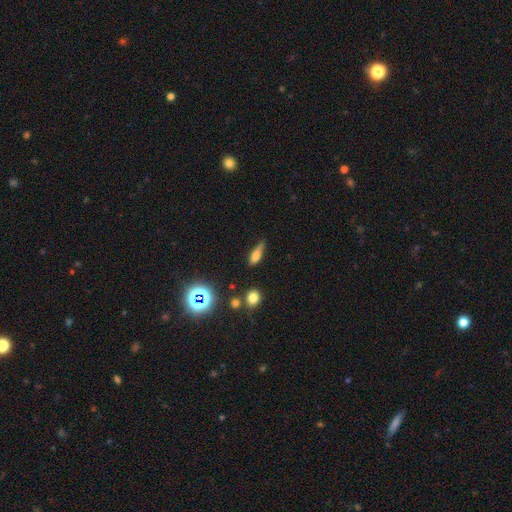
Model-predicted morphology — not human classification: Q: Smooth or featured?
A: smooth (66%); runner-up: featured or disk (20%)
Q: How rounded?
A: in between (50%); runner-up: cigar-shaped (44%)
Q: Merging?
A: none (51%); runner-up: minor disturbance (35%)